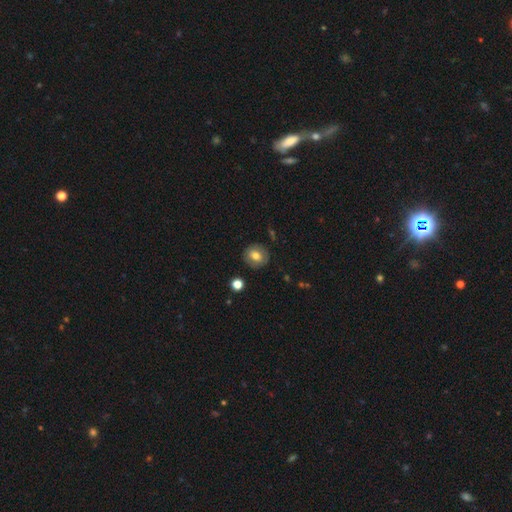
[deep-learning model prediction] Smooth or featured? Predicted: smooth (p=0.70). How rounded? Predicted: round (p=0.82). Merging? Predicted: none (p=0.86).